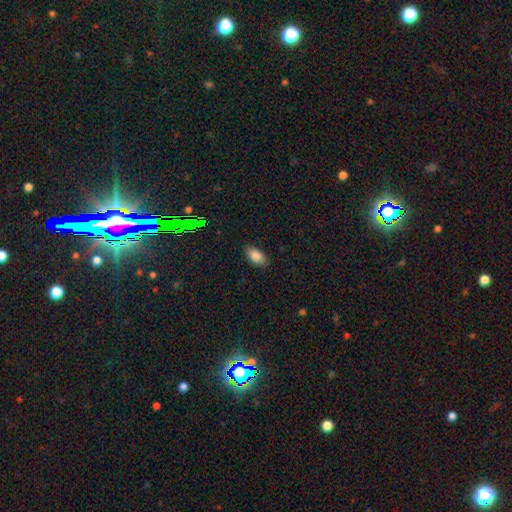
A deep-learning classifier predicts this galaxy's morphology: smooth-or-featured: smooth: 86% | star or artifact: 8% | featured or disk: 6%
  how-rounded: in between: 93% | round: 4% | cigar-shaped: 4%
  merging: none: 86% | minor disturbance: 11% | major disturbance: 2% | merger: 1%